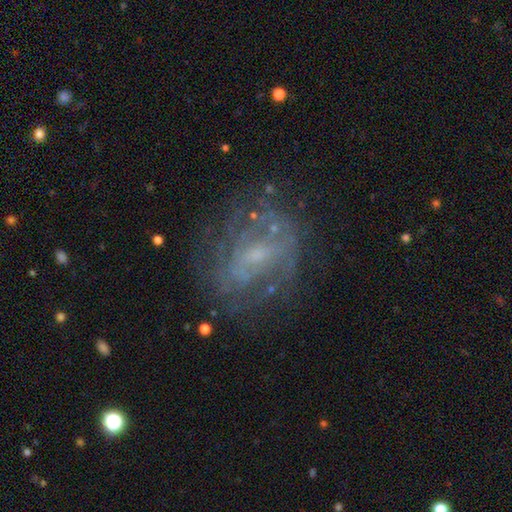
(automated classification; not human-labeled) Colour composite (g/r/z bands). It shows a featured or disk galaxy (73%) with a weak bar (47%), spiral arms (66%) and a small central bulge (57%). Merging: none (65%).